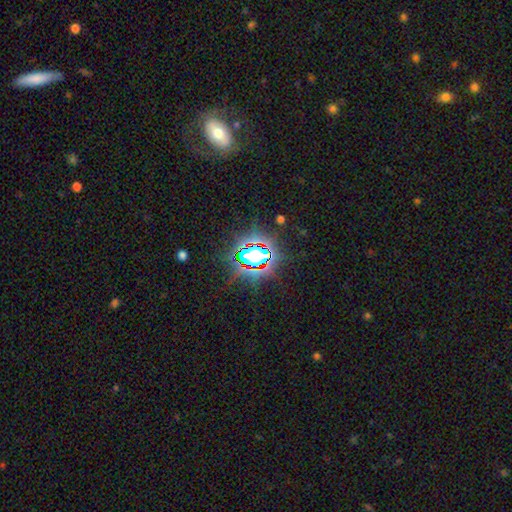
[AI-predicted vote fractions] Smooth or featured?
  - star or artifact: 74% *
  - smooth: 16%
  - featured or disk: 10%